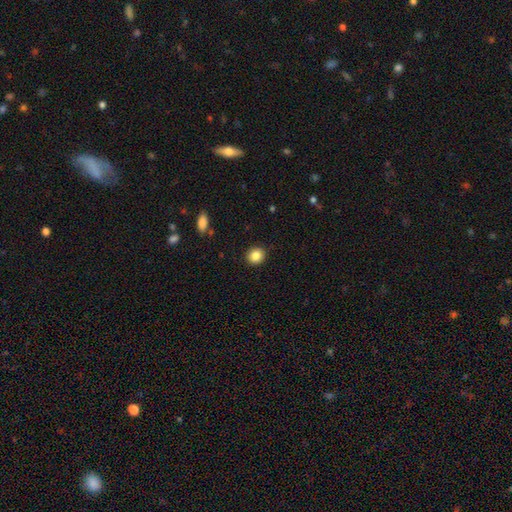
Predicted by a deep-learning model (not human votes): smooth-or-featured: smooth: 85% | star or artifact: 10% | featured or disk: 5%
  how-rounded: round: 83% | in between: 16% | cigar-shaped: 1%
  merging: none: 91% | minor disturbance: 6% | major disturbance: 2% | merger: 1%